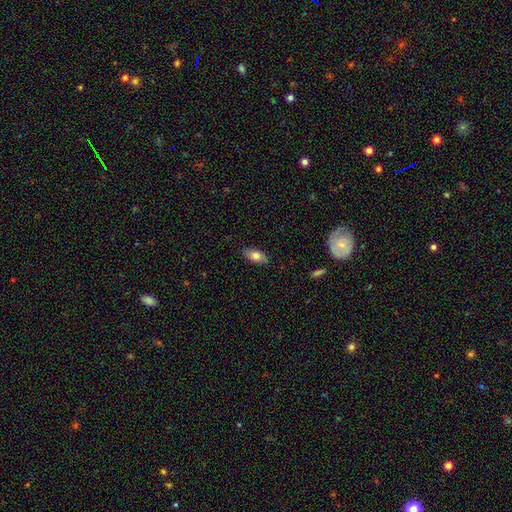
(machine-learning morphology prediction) smooth_or_featured: smooth (p=0.79) [alt: featured or disk p=0.14]
how_rounded: in between (p=0.90) [alt: cigar-shaped p=0.07]
merging: none (p=0.86) [alt: minor disturbance p=0.11]